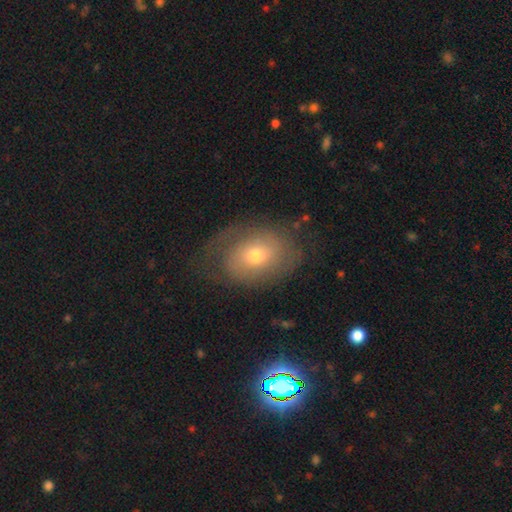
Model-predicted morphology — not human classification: Smooth or featured? featured or disk (48%)
Merging? none (65%)